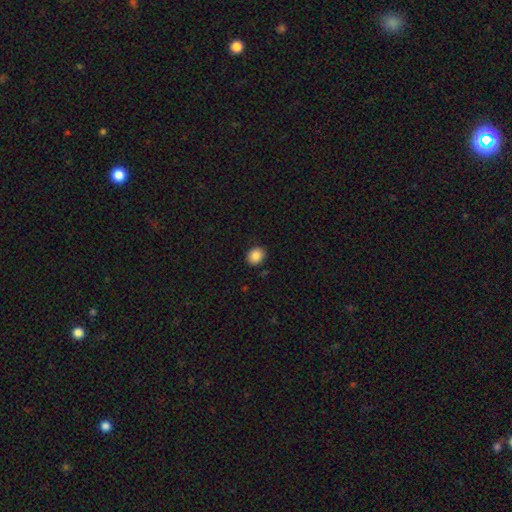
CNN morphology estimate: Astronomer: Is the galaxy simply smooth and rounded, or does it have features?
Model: smooth — 87%.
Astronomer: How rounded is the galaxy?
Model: round — 54% (runner-up: in between, 45%).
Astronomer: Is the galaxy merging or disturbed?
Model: none — 88%.